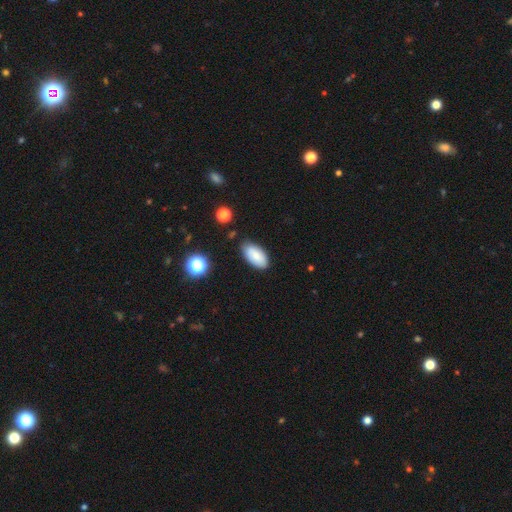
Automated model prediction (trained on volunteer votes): Smooth or featured?
  - smooth: 83% *
  - featured or disk: 9%
  - star or artifact: 8%
How rounded?
  - in between: 94% *
  - cigar-shaped: 4%
  - round: 2%
Merging?
  - none: 80% *
  - minor disturbance: 15%
  - major disturbance: 3%
  - merger: 2%